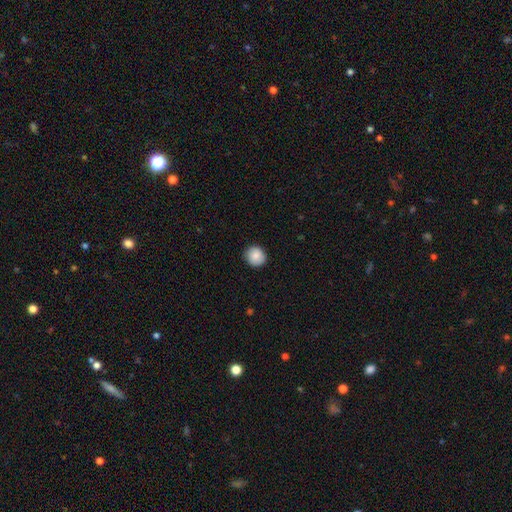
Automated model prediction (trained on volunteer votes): smooth-or-featured: smooth: 86% | star or artifact: 8% | featured or disk: 6%
  how-rounded: round: 90% | in between: 9% | cigar-shaped: 1%
  merging: none: 88% | minor disturbance: 9% | major disturbance: 2% | merger: 1%